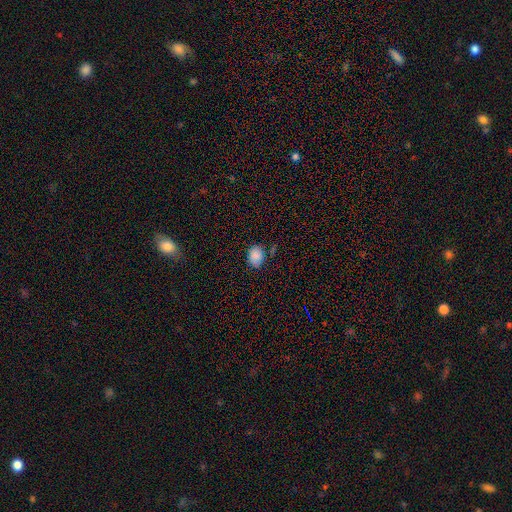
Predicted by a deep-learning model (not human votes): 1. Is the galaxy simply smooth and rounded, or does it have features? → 86% smooth, 10% star or artifact, 4% featured or disk.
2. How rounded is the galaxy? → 64% in between, 35% round, 1% cigar-shaped.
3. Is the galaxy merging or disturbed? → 71% none, 21% minor disturbance, 4% major disturbance, 4% merger.